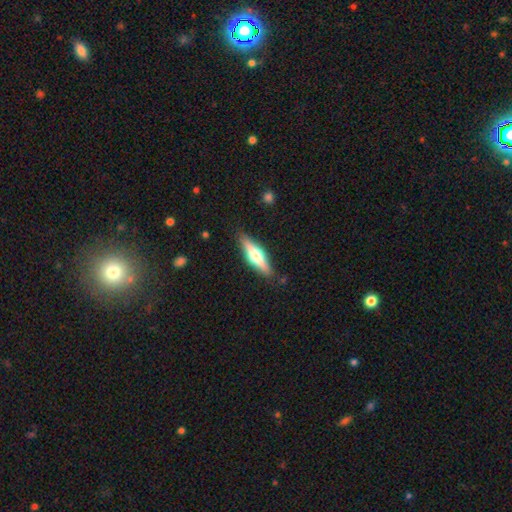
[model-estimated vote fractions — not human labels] smooth-or-featured: featured or disk: 60% | smooth: 34% | star or artifact: 5%
  disk-edge-on: yes: 95% | no: 5%
    edge-on-bulge: rounded: 93% | boxy: 5% | none: 2%
  merging: none: 87% | minor disturbance: 10% | major disturbance: 2% | merger: 1%